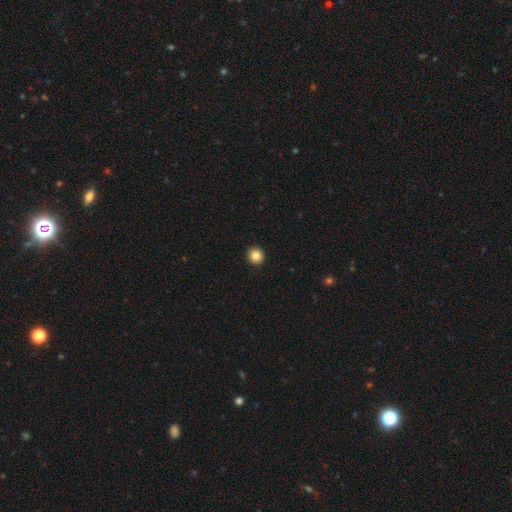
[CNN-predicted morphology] smooth-or-featured: smooth: 84% | star or artifact: 11% | featured or disk: 5%
  how-rounded: round: 95% | in between: 4% | cigar-shaped: 1%
  merging: none: 94% | minor disturbance: 4% | major disturbance: 1% | merger: 1%